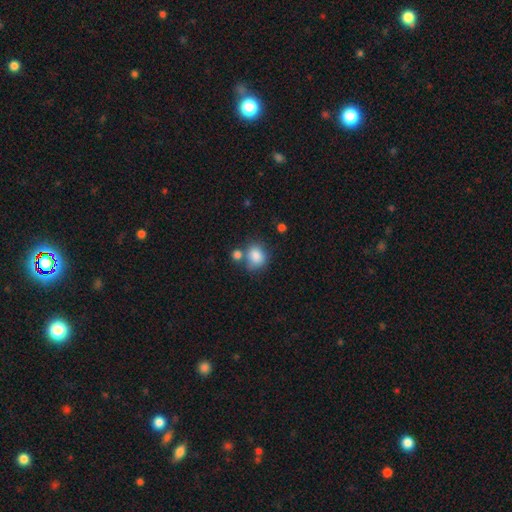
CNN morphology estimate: Smooth or featured: smooth — 84% (star or artifact — 9%)
How rounded: round — 65% (in between — 34%)
Merging: none — 56% (merger — 23%)